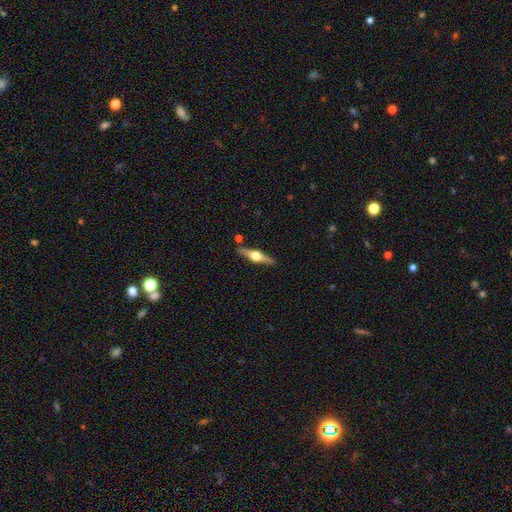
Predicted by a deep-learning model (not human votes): A featured or disk galaxy (75%) viewed edge-on (97%) with a rounded central bulge (96%).

Vote fractions:
- Smooth or featured? featured or disk: 75% / smooth: 20% / star or artifact: 5%
- Edge-on disk? yes: 97% / no: 3%
- Edge-on bulge? rounded: 96% / boxy: 2% / none: 1%
- Merging? none: 88% / minor disturbance: 8% / merger: 3% / major disturbance: 2%